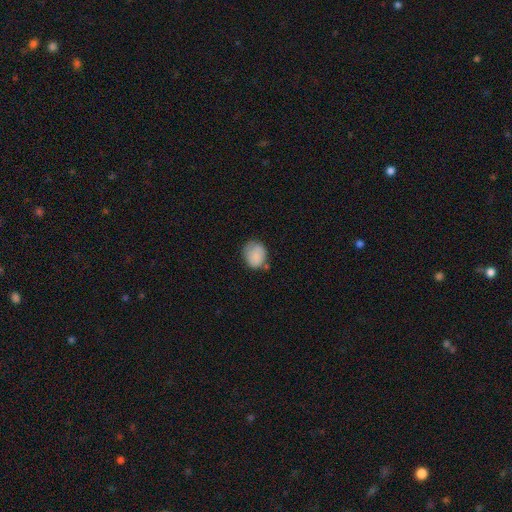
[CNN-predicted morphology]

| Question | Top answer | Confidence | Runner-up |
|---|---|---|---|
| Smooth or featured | smooth | 86% | star or artifact (8%) |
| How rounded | round | 55% | in between (44%) |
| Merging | none | 62% | minor disturbance (26%) |